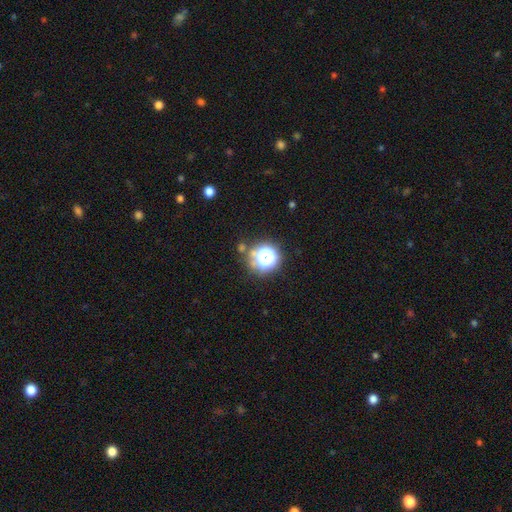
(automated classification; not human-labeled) Smooth or featured? Predicted: star or artifact (p=0.52).